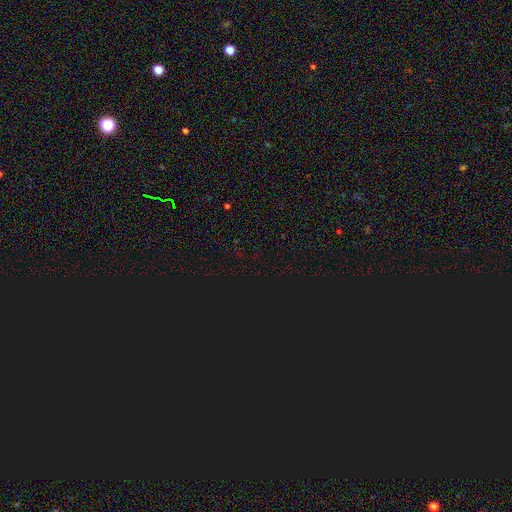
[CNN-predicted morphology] star or artifact 78%, smooth 15%, featured or disk 7%.